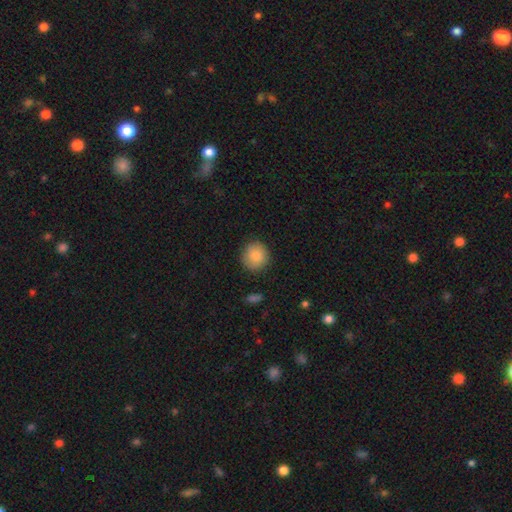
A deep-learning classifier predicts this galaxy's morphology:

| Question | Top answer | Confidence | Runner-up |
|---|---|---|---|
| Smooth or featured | smooth | 85% | featured or disk (7%) |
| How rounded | round | 92% | in between (7%) |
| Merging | none | 88% | minor disturbance (9%) |